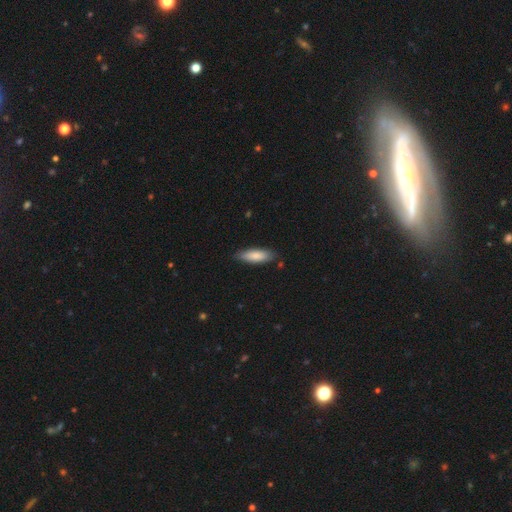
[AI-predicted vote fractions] Overall: smooth (83%). How rounded: in between (53%; cigar-shaped 45%). Merging: none (82%).